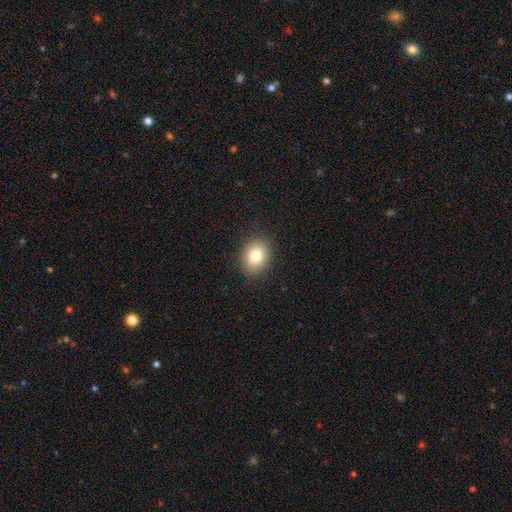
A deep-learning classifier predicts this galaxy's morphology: A smooth galaxy with no disk features (80%) that is in between round and cigar-shaped (58%). Merging: none (88%).